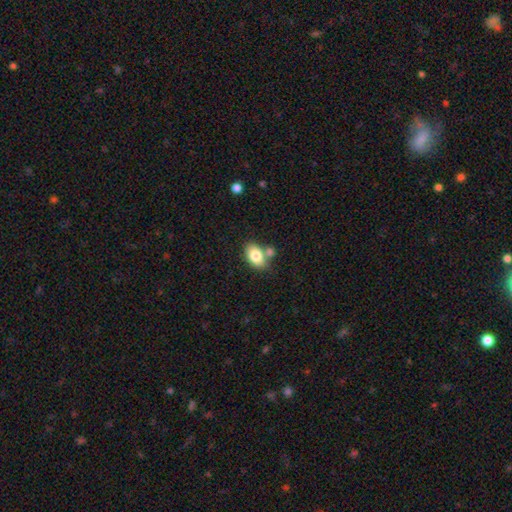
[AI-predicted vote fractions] Morphology: type=smooth (81%); roundness=in between (88%); merging=none (62%).